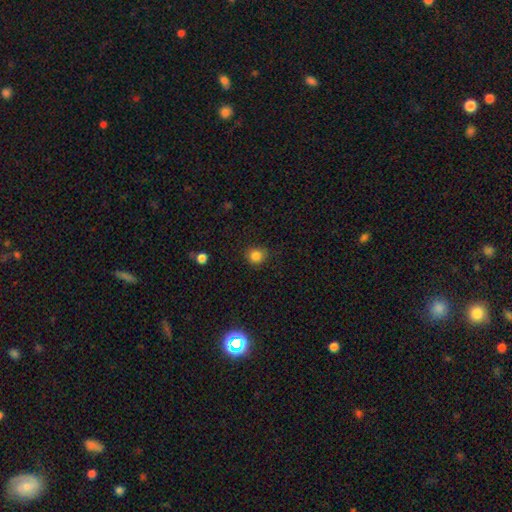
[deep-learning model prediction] Smooth or featured? smooth (83%)
How rounded? round (87%)
Merging? none (84%)